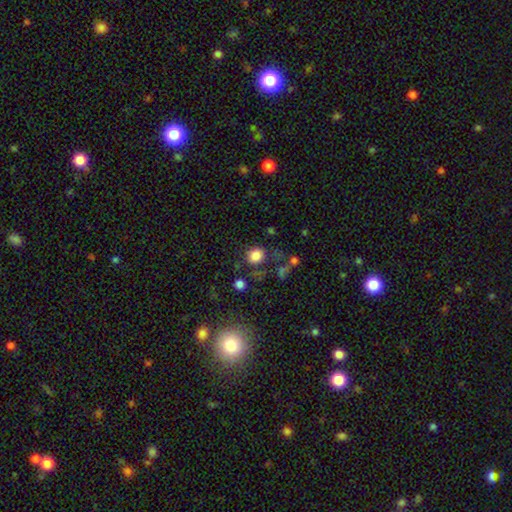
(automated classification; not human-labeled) This appears to be a smooth galaxy with no disk features (83%) that is round (75%). Merging: none (73%).